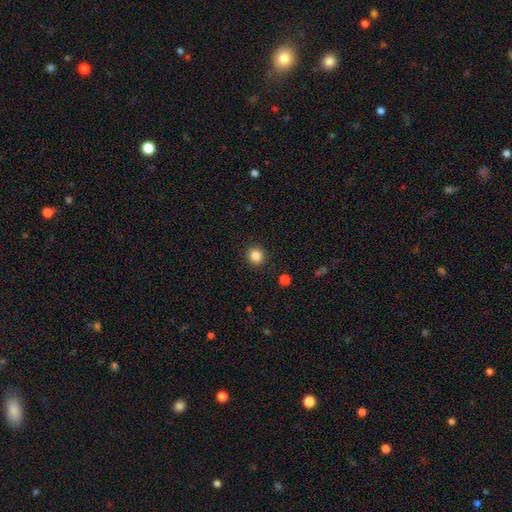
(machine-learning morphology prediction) Smooth or featured: smooth — 85% (star or artifact — 11%)
How rounded: round — 89% (in between — 10%)
Merging: none — 91% (minor disturbance — 6%)